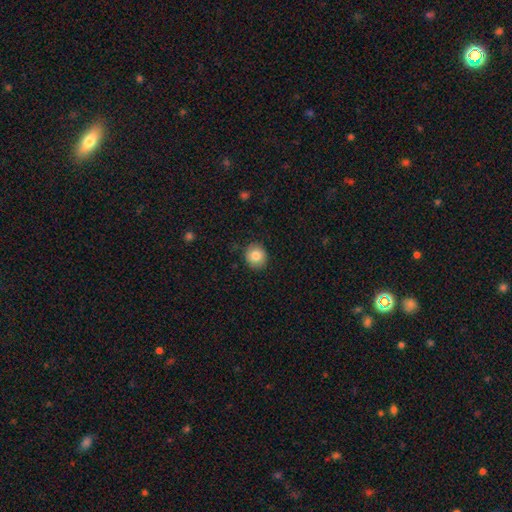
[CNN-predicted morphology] Q: Smooth or featured?
A: smooth (83%); runner-up: star or artifact (9%)
Q: How rounded?
A: round (86%); runner-up: in between (13%)
Q: Merging?
A: none (89%); runner-up: minor disturbance (8%)